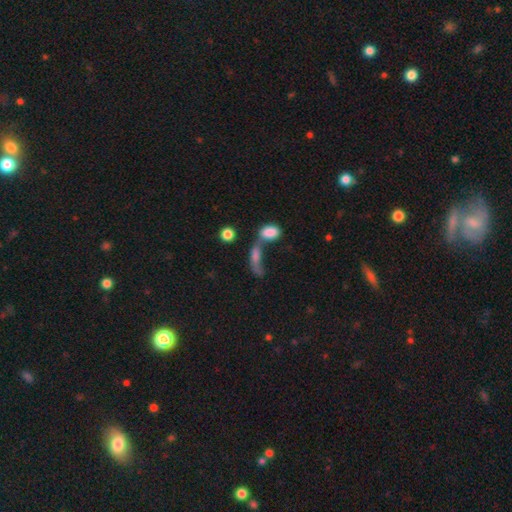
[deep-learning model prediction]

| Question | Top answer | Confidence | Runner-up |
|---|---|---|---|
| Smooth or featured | smooth | 64% | featured or disk (22%) |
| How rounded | in between | 63% | cigar-shaped (26%) |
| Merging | merger | 51% | none (20%) |